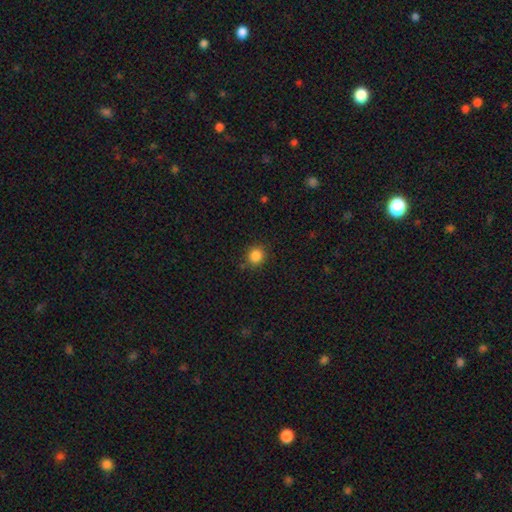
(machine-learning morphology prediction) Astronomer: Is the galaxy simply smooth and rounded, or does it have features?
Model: smooth — 86%.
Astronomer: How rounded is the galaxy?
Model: round — 82%.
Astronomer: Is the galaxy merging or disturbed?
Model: none — 86%.